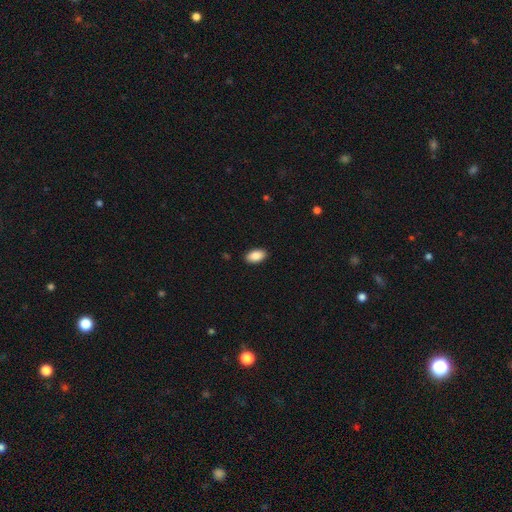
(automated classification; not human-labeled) smooth 89%, star or artifact 7%, featured or disk 5%. Down the decision tree: how rounded — in between (94%); merging — none (90%).